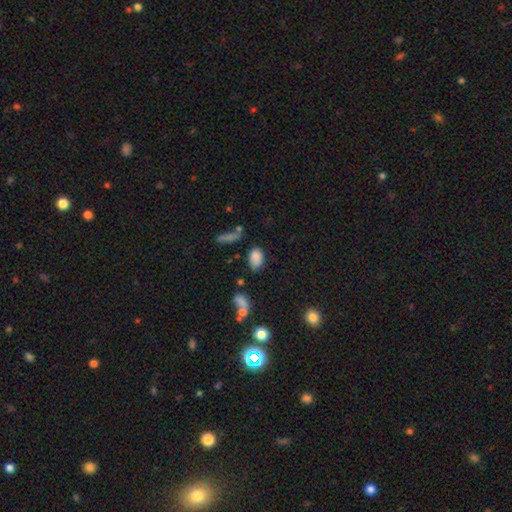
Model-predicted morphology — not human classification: The model was most divided on "merging": none: 68%, minor disturbance: 19%, merger: 7%, major disturbance: 6%. More confident: how rounded — in between (91%); smooth or featured — smooth (83%).